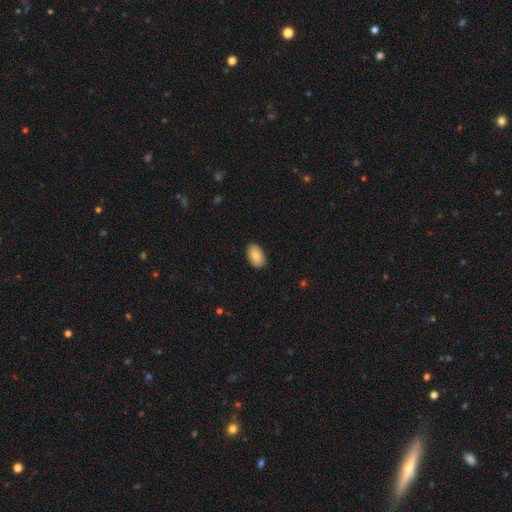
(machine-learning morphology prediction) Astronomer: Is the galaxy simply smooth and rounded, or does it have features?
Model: smooth — 83%.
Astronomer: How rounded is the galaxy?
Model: in between — 94%.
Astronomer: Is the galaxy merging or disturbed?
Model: none — 87%.